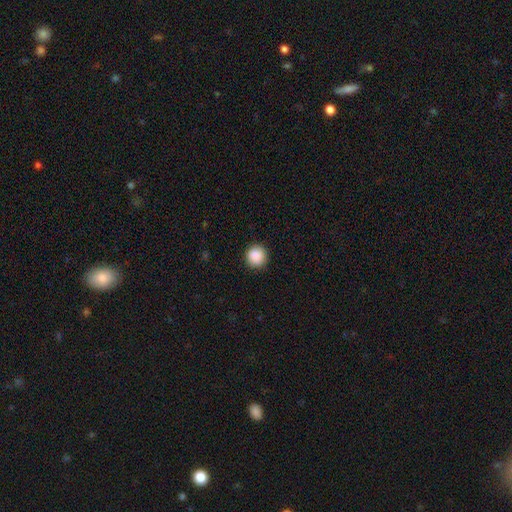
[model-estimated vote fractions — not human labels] The model was most divided on "smooth or featured": smooth: 89%, star or artifact: 8%, featured or disk: 3%. More confident: how rounded — round (93%); merging — none (90%).